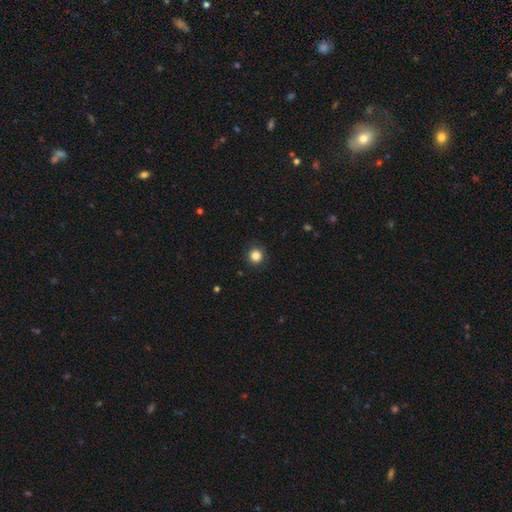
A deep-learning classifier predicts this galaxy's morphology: Smooth or featured: smooth — 85% (star or artifact — 11%)
How rounded: round — 93% (in between — 6%)
Merging: none — 91% (minor disturbance — 6%)